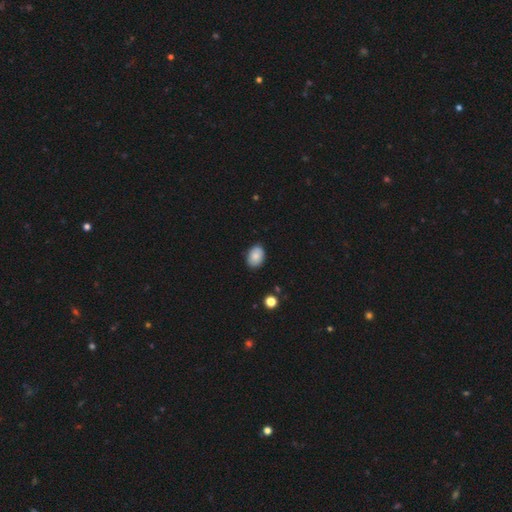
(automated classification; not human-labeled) smooth-or-featured: smooth: 86% | star or artifact: 8% | featured or disk: 7%
  how-rounded: in between: 78% | round: 21% | cigar-shaped: 1%
  merging: none: 86% | minor disturbance: 11% | major disturbance: 2% | merger: 1%